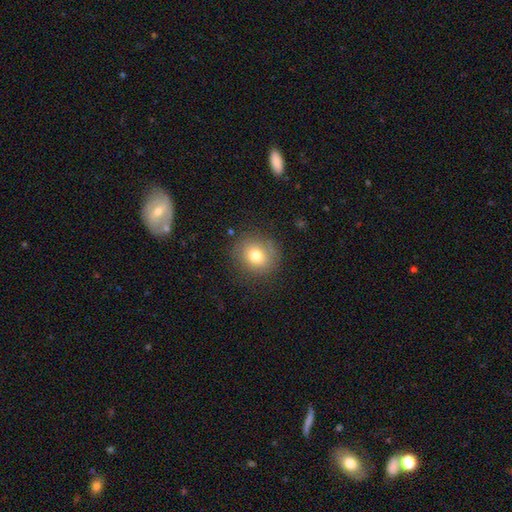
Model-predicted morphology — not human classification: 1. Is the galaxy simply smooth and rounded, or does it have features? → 75% smooth, 14% featured or disk, 11% star or artifact.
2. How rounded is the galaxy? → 79% round, 20% in between, 1% cigar-shaped.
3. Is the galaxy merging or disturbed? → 81% none, 12% minor disturbance, 5% major disturbance, 1% merger.